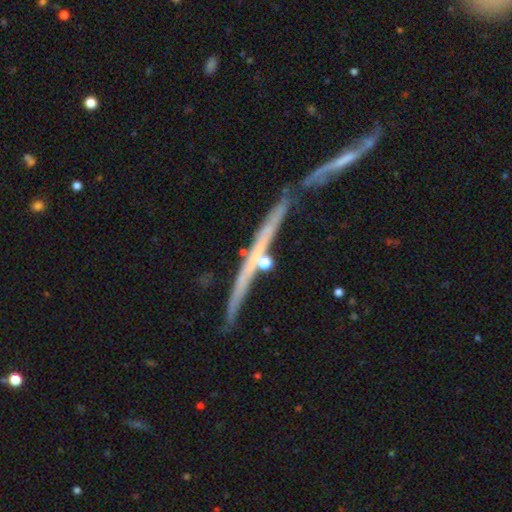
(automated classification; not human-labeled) Overall: featured or disk (73%). Edge-on disk: yes (95%). Edge-on bulge: none (62%; rounded 33%). Merging: none (66%).